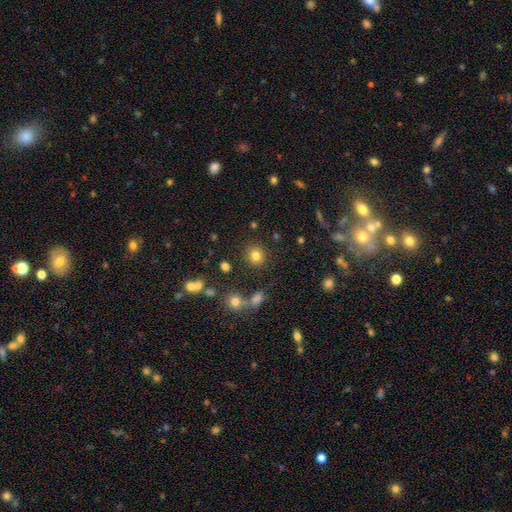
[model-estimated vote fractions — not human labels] This is likely a smooth galaxy (80%). How rounded: clearly round (85%). Merging: clearly none (86%).